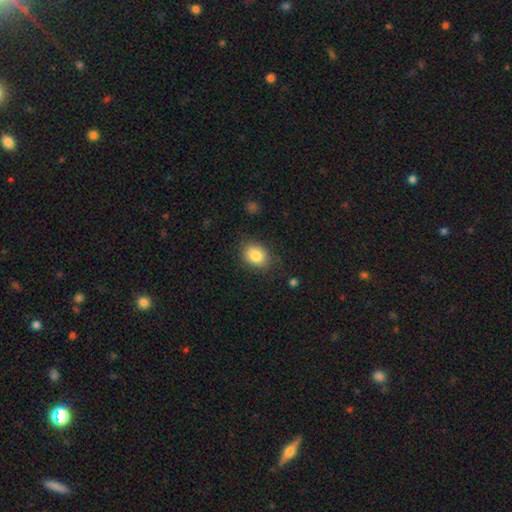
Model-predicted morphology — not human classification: Smooth or featured? smooth (84%)
How rounded? in between (55%)
Merging? none (82%)